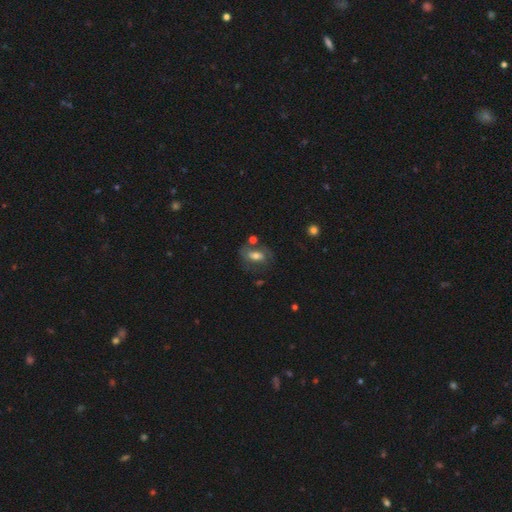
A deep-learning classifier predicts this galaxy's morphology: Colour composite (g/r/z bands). It shows a smooth galaxy with no disk features (47%). Merging: none (53%).